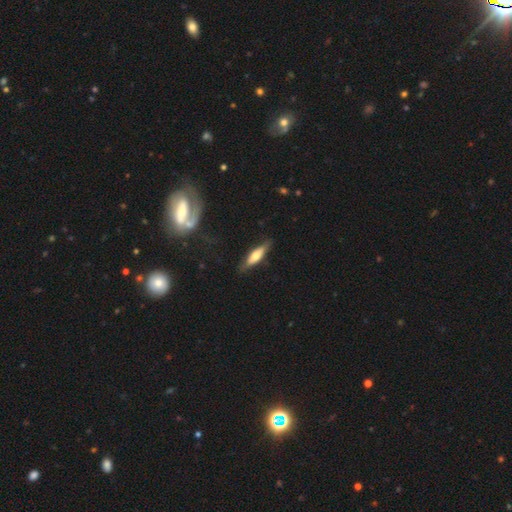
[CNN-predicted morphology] type=smooth (50%); roundness=cigar-shaped (67%); merging=none (81%).